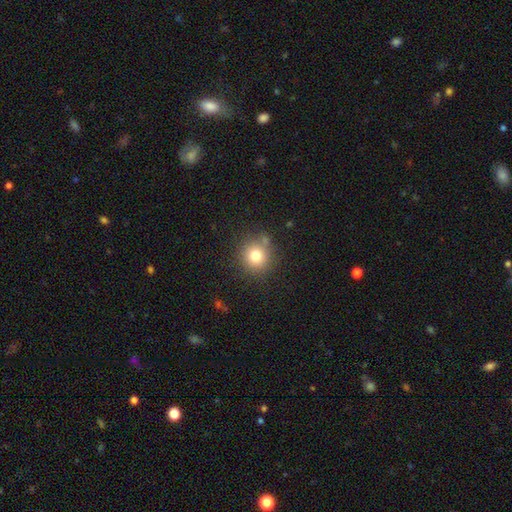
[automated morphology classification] This appears to be a smooth galaxy with no disk features (77%) that is round (91%). Merging: none (79%).